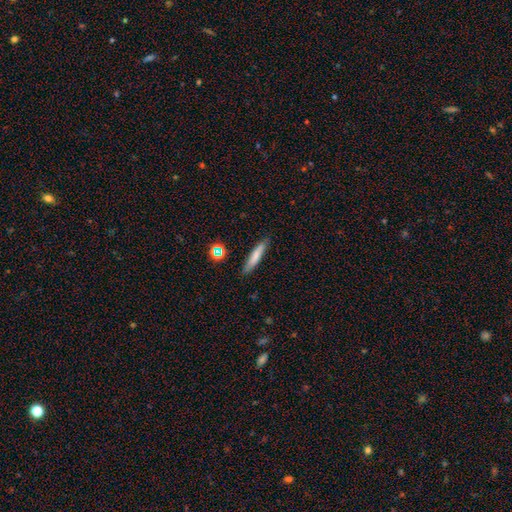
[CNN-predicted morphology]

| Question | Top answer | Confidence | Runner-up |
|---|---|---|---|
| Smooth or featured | smooth | 73% | featured or disk (19%) |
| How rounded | cigar-shaped | 89% | in between (10%) |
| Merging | none | 86% | minor disturbance (10%) |